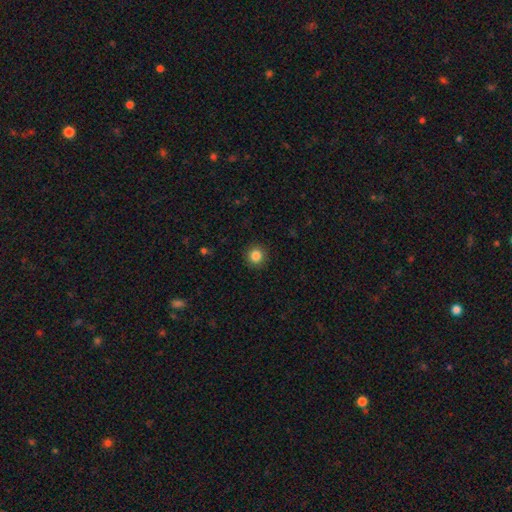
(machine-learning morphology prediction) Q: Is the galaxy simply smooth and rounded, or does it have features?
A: smooth — 85%.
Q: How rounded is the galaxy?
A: round — 95%.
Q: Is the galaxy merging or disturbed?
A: none — 92%.